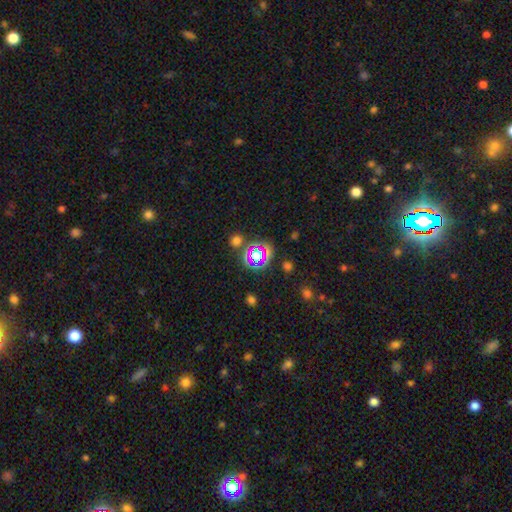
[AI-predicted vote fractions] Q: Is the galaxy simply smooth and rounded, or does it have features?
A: star or artifact — 60%.